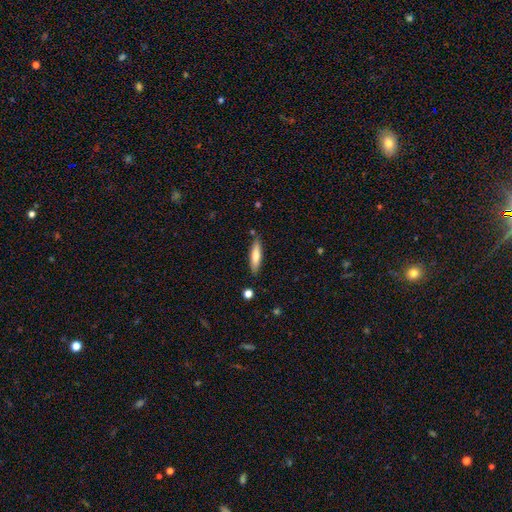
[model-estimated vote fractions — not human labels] A smooth galaxy with no disk features (69%) that is cigar-shaped (76%).

Vote fractions:
- Smooth or featured? smooth: 69% / featured or disk: 25% / star or artifact: 6%
- How rounded? cigar-shaped: 76% / in between: 23% / round: 1%
- Merging? none: 86% / minor disturbance: 10% / merger: 3% / major disturbance: 2%